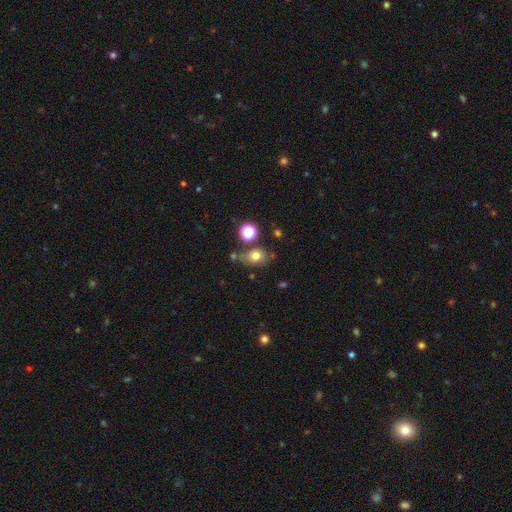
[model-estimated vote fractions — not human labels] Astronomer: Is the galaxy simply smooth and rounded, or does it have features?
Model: smooth — 72%.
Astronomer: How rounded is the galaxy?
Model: in between — 52% (runner-up: round, 46%).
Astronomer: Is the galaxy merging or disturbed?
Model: none — 61%.